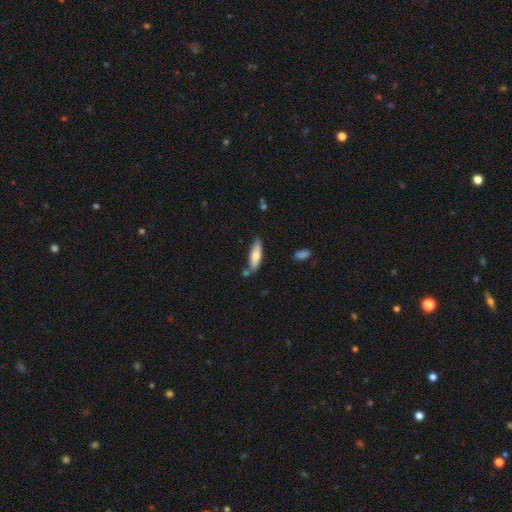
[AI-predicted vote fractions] Q: Smooth or featured?
A: smooth (69%); runner-up: featured or disk (25%)
Q: How rounded?
A: cigar-shaped (61%); runner-up: in between (37%)
Q: Merging?
A: none (72%); runner-up: minor disturbance (16%)